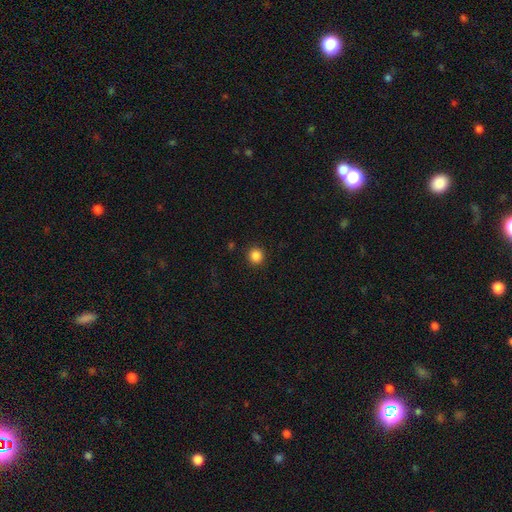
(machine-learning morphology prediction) type=smooth (86%); roundness=round (94%); merging=none (92%).